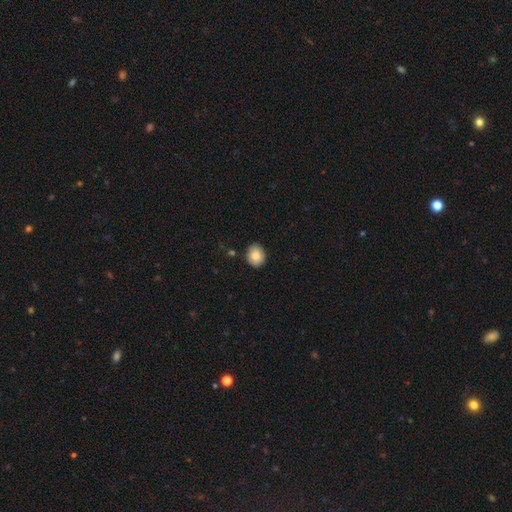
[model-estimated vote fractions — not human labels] Smooth or featured: smooth — 85% (star or artifact — 8%)
How rounded: round — 61% (in between — 38%)
Merging: none — 86% (minor disturbance — 10%)